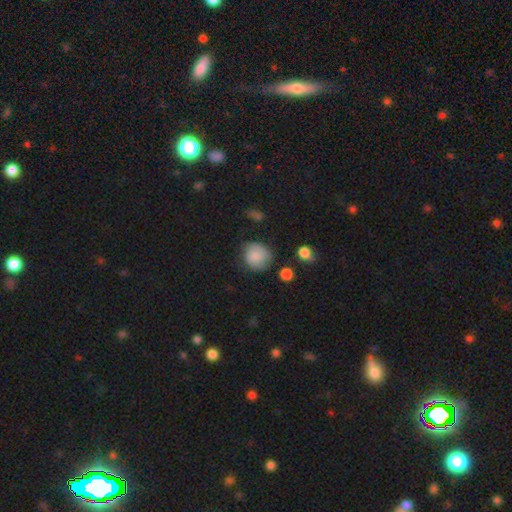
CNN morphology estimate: smooth_or_featured: smooth (p=0.81) [alt: featured or disk p=0.10]
how_rounded: round (p=0.83) [alt: in between p=0.16]
merging: none (p=0.66) [alt: minor disturbance p=0.24]